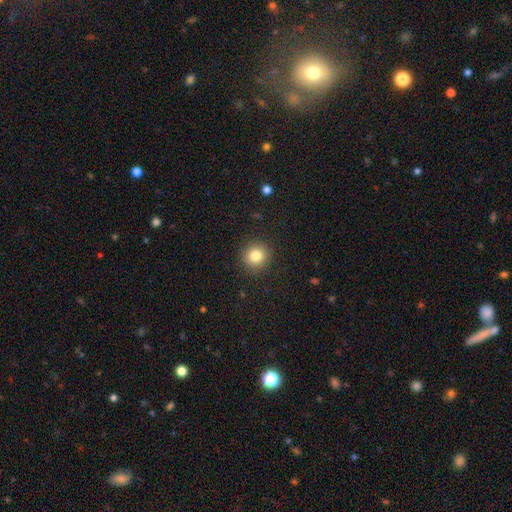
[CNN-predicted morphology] This appears to be a smooth galaxy with no disk features (81%) that is round (92%). Merging: none (91%).